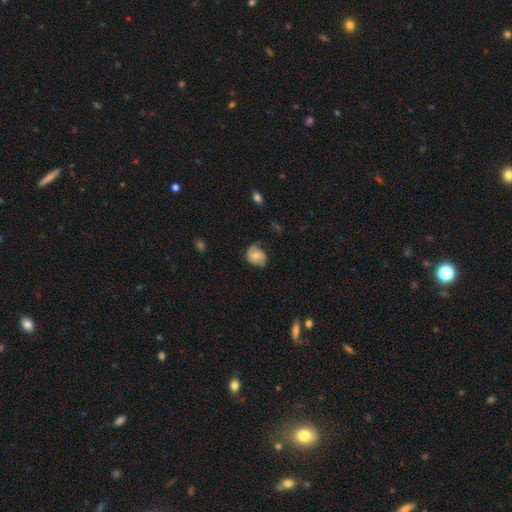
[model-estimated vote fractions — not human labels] Overall: smooth (49%; featured or disk 43%). Merging: none (54%; minor disturbance 32%).